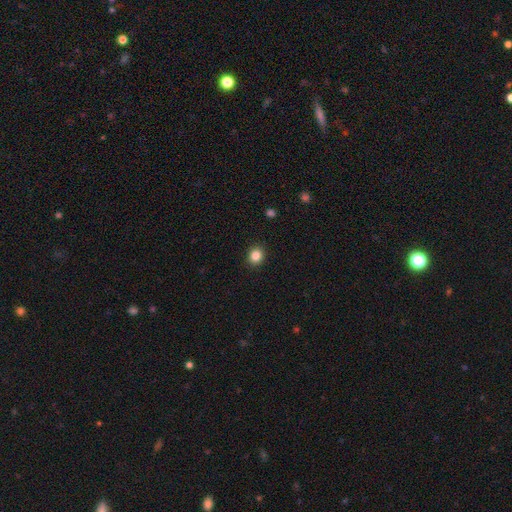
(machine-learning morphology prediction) Smooth or featured: smooth — 85% (star or artifact — 11%)
How rounded: round — 79% (in between — 20%)
Merging: none — 91% (minor disturbance — 6%)